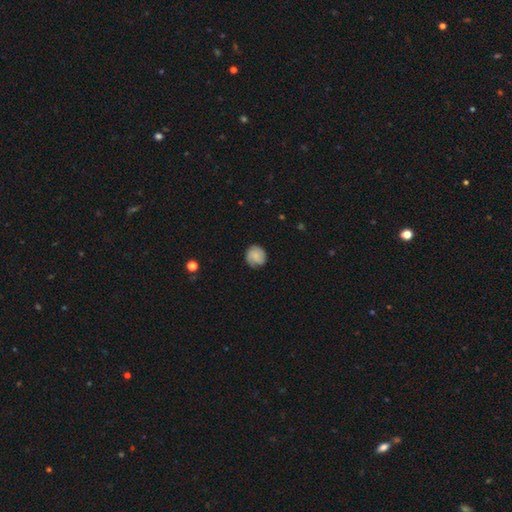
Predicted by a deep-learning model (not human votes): smooth_or_featured: smooth (p=0.58) [alt: featured or disk p=0.34]
how_rounded: round (p=0.83) [alt: in between p=0.16]
merging: none (p=0.76) [alt: minor disturbance p=0.18]